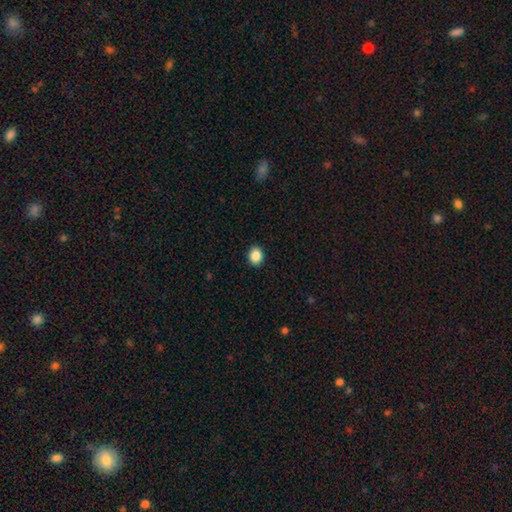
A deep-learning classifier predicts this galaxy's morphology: Overall: smooth (88%). How rounded: round (63%; in between 36%). Merging: none (92%).